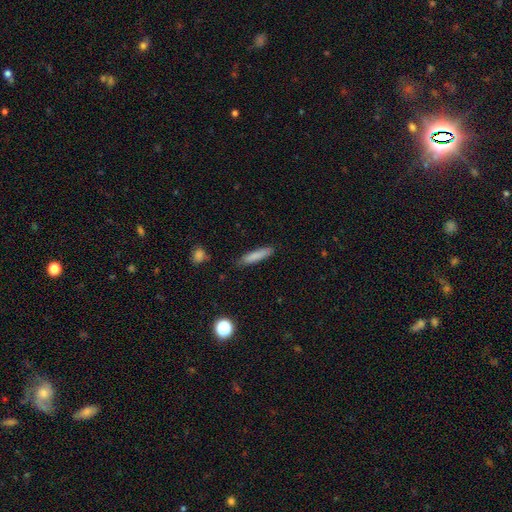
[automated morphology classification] smooth 83%, featured or disk 10%, star or artifact 7%. Down the decision tree: how rounded — cigar-shaped (83%); merging — none (83%).